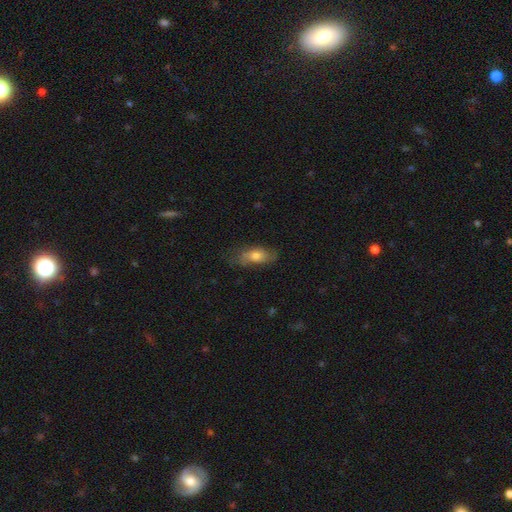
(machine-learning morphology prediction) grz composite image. It shows a smooth galaxy with no disk features (66%) that is in between round and cigar-shaped (76%). Merging: none (62%).